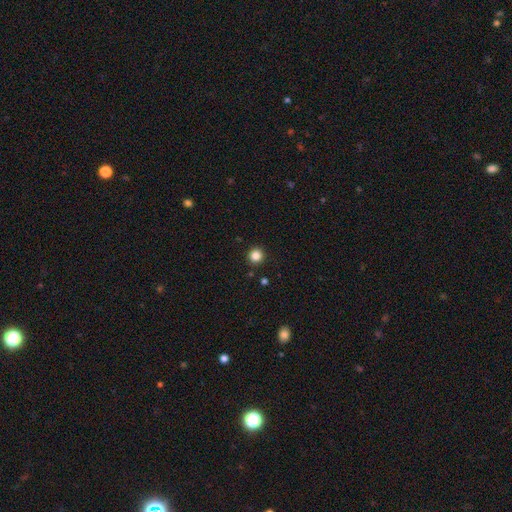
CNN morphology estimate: Smooth or featured? smooth (85%)
How rounded? round (95%)
Merging? none (92%)